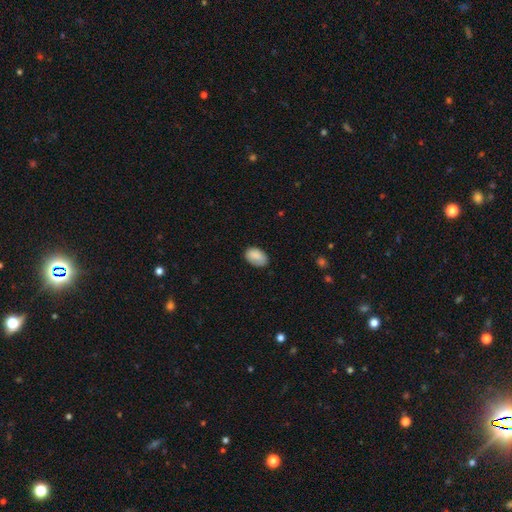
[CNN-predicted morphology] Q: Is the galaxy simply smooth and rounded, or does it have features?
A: smooth — 86%.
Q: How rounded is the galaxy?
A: in between — 88%.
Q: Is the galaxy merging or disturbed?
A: none — 76%.